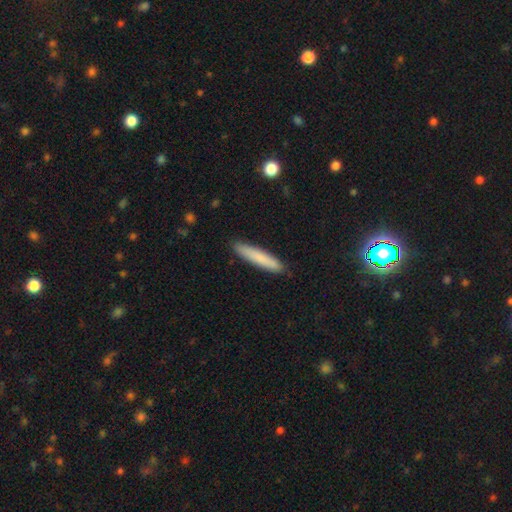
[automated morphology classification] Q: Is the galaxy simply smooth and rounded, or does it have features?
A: smooth — 80%.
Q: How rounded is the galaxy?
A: cigar-shaped — 92%.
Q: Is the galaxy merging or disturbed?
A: none — 90%.